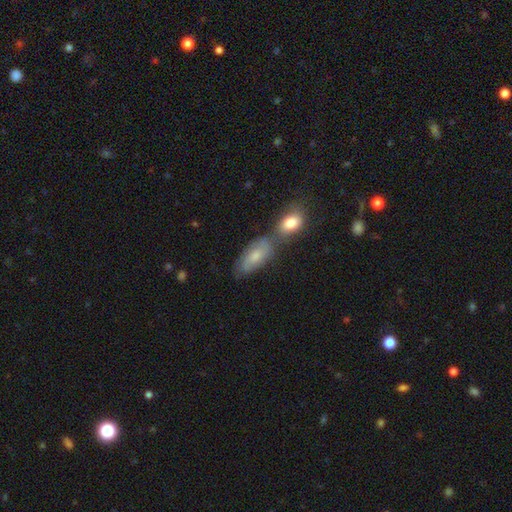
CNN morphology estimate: type=smooth (48%); merging=none (48%).